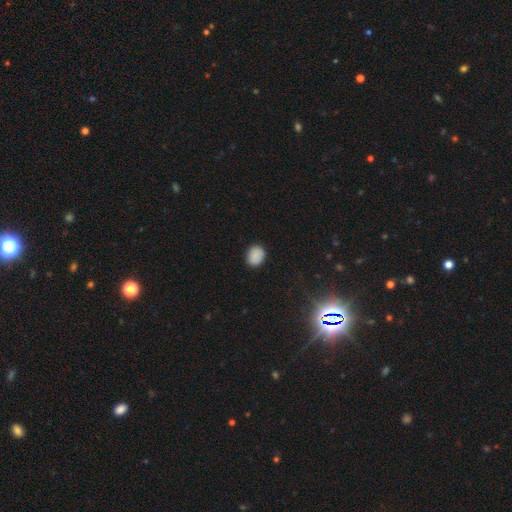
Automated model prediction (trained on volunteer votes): A smooth galaxy with no disk features (86%) that is round (50%).

Vote fractions:
- Smooth or featured? smooth: 86% / star or artifact: 9% / featured or disk: 4%
- How rounded? round: 50% / in between: 49% / cigar-shaped: 1%
- Merging? none: 86% / minor disturbance: 10% / major disturbance: 2% / merger: 1%